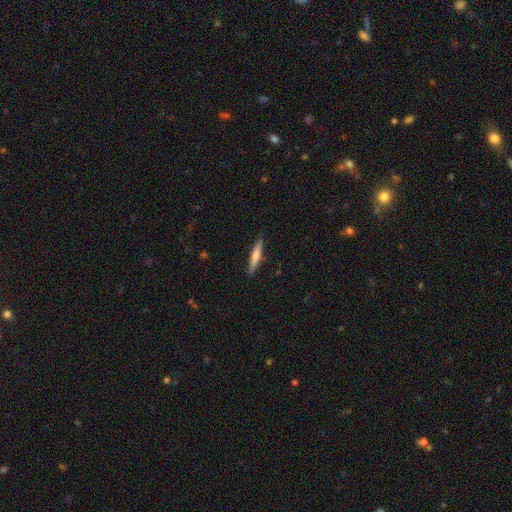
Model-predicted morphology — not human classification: This is possibly a smooth galaxy (58%). How rounded: clearly cigar-shaped (92%). Merging: clearly none (88%).